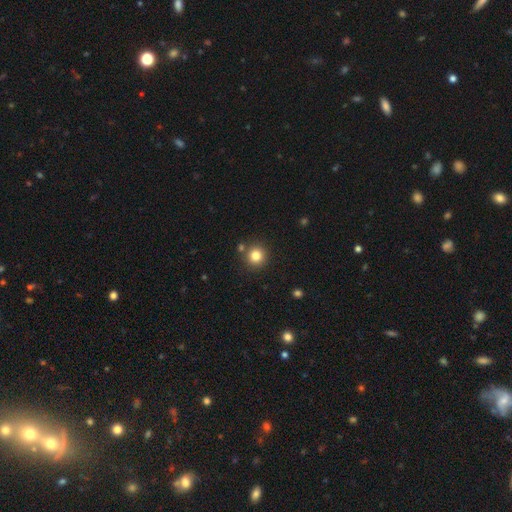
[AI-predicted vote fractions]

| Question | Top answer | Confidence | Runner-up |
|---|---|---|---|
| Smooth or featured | smooth | 81% | star or artifact (12%) |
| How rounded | round | 94% | in between (5%) |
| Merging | none | 84% | minor disturbance (7%) |